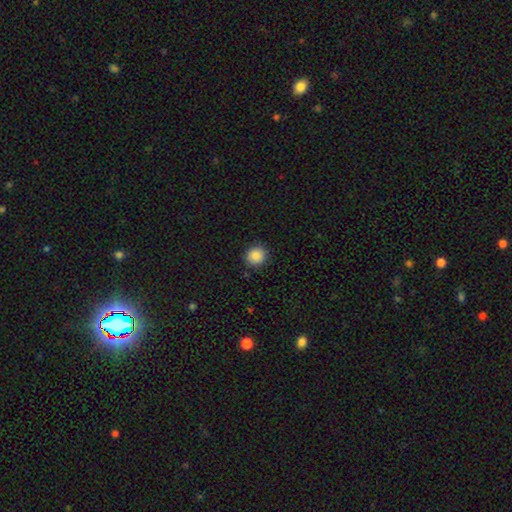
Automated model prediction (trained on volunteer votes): Overall: smooth (87%). How rounded: round (86%). Merging: none (89%).